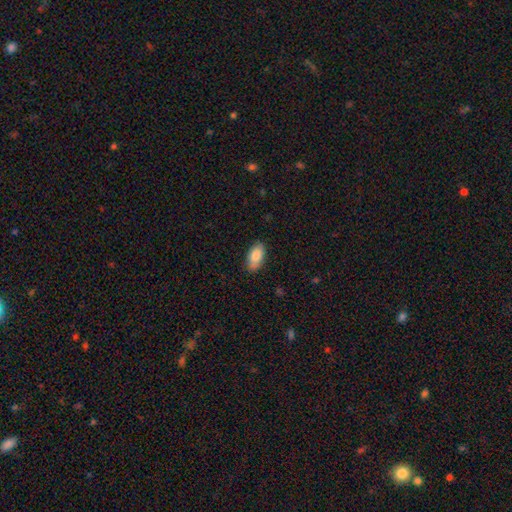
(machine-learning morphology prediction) Smooth or featured: smooth — 85% (featured or disk — 9%)
How rounded: in between — 93% (cigar-shaped — 4%)
Merging: none — 85% (minor disturbance — 12%)